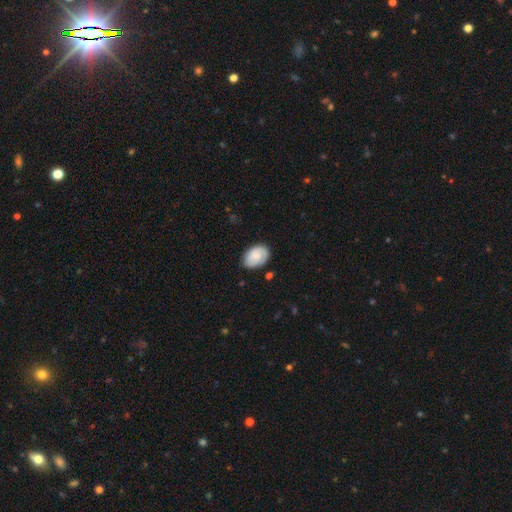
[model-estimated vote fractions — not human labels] Smooth or featured: smooth — 60% (featured or disk — 33%)
How rounded: in between — 83% (round — 16%)
Merging: none — 73% (minor disturbance — 20%)